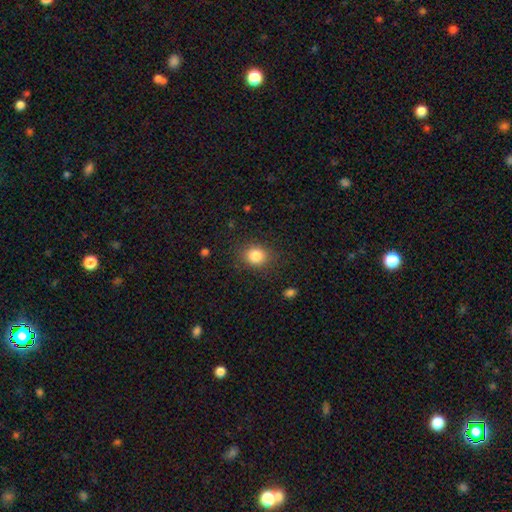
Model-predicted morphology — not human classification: Smooth or featured? Predicted: smooth (p=0.84). How rounded? Predicted: round (p=0.67). Merging? Predicted: none (p=0.84).